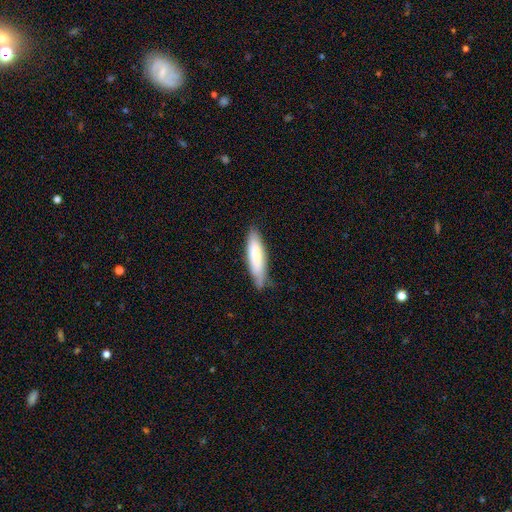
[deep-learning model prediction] Smooth or featured: smooth — 76% (featured or disk — 19%)
How rounded: cigar-shaped — 68% (in between — 30%)
Merging: none — 71% (minor disturbance — 23%)